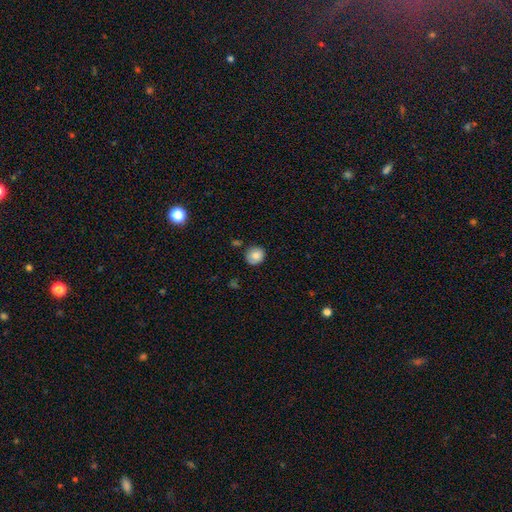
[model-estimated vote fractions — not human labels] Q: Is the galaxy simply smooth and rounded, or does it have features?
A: smooth — 82%.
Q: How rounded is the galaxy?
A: round — 84%.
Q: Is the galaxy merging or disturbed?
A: none — 80%.